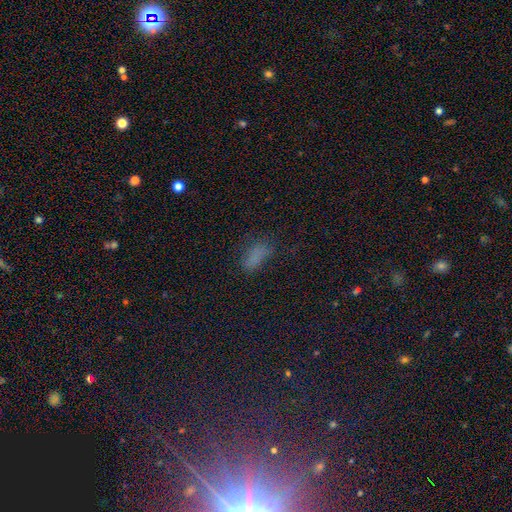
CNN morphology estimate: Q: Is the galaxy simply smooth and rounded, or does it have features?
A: smooth — 70%.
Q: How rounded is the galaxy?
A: in between — 79%.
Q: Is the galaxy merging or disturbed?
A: none — 60%.